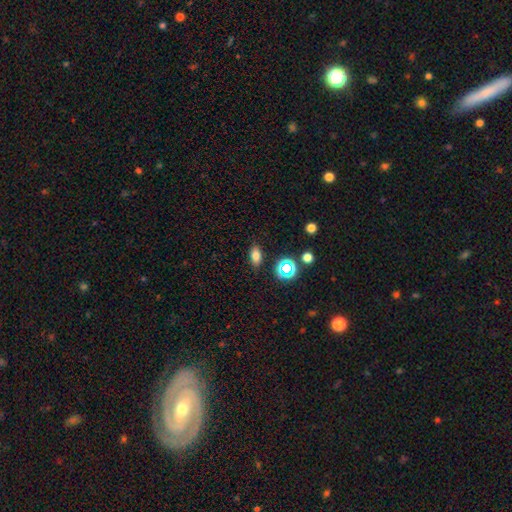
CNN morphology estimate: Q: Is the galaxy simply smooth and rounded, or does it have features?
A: smooth — 74%.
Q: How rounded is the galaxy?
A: in between — 83%.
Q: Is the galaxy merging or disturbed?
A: none — 85%.